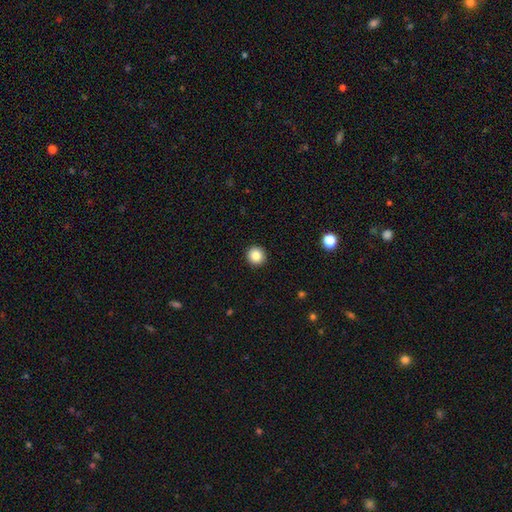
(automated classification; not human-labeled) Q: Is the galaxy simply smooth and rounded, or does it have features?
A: smooth — 86%.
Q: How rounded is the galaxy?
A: round — 93%.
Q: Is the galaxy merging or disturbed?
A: none — 93%.